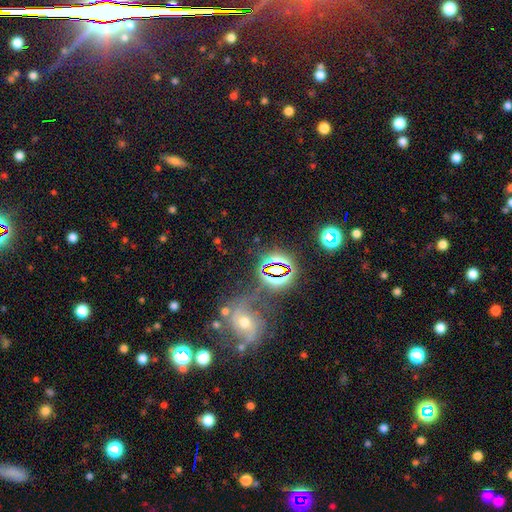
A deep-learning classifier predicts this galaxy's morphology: Q: Smooth or featured?
A: star or artifact (61%); runner-up: smooth (20%)